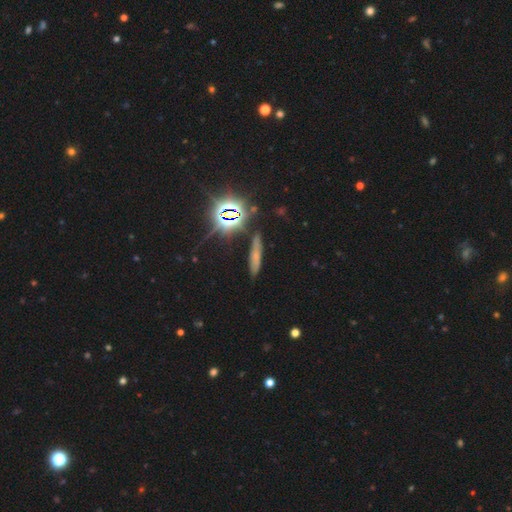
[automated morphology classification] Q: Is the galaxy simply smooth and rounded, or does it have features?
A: smooth — 43%.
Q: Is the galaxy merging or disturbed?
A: none — 80%.